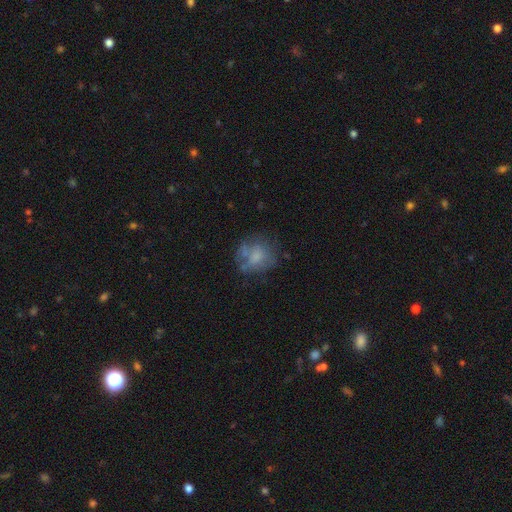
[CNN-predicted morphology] Q: Smooth or featured?
A: smooth (57%); runner-up: featured or disk (33%)
Q: How rounded?
A: round (77%); runner-up: in between (22%)
Q: Merging?
A: none (54%); runner-up: minor disturbance (23%)